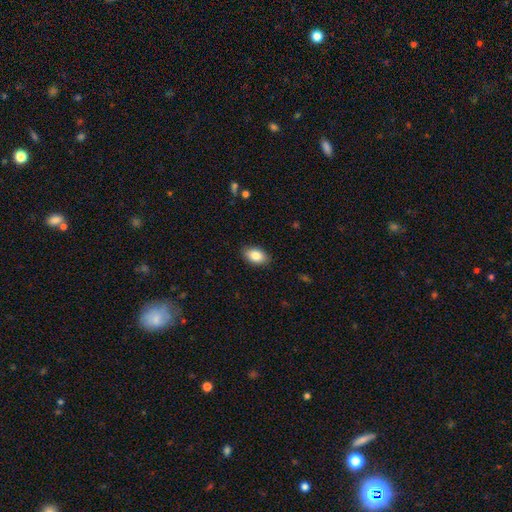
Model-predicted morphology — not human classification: Overall: smooth (85%). How rounded: in between (90%). Merging: none (88%).